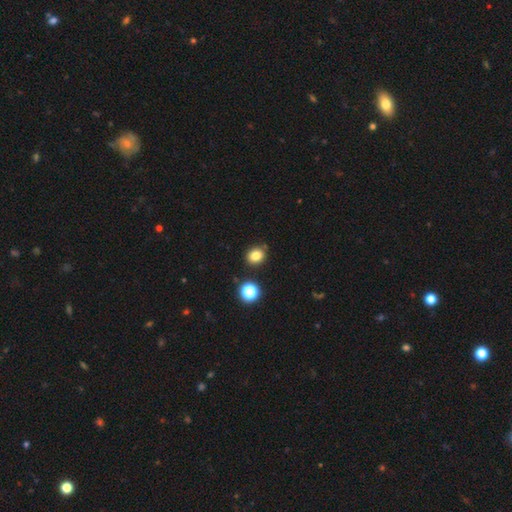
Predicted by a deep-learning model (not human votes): Overall: smooth (80%). How rounded: round (62%; in between 37%). Merging: none (82%).